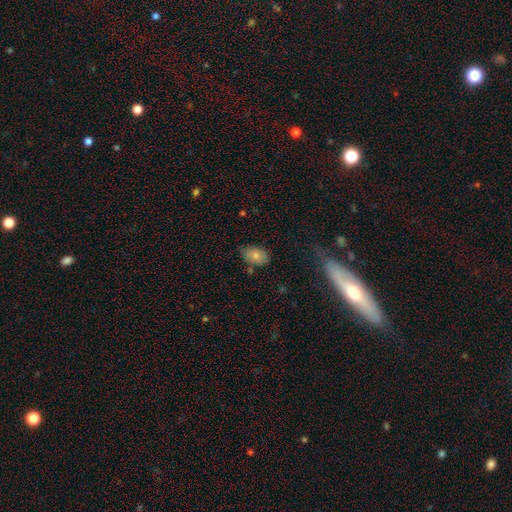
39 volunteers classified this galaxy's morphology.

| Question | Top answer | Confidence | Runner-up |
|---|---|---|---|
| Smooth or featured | smooth | 82% | featured or disk (18%) |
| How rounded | in between | 97% | round (3%) |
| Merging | none | 72% | minor disturbance (23%) |